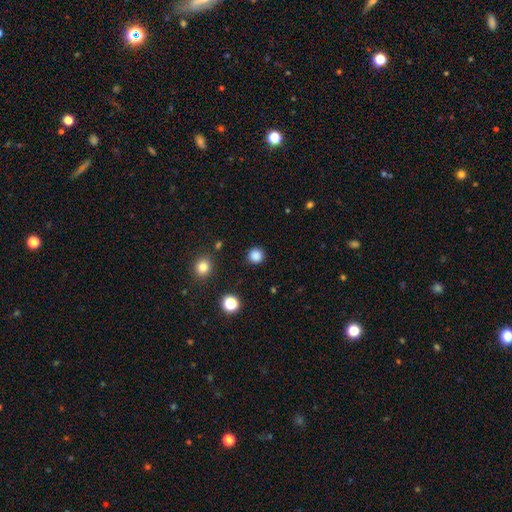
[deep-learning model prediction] A smooth galaxy with no disk features (84%) that is round (93%). Merging: none (90%).